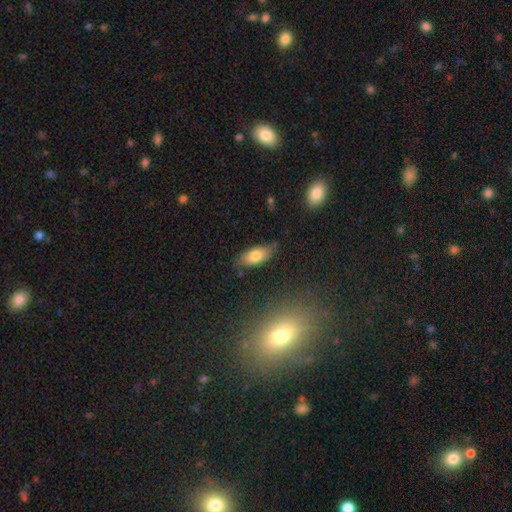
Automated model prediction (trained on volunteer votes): Smooth or featured? smooth (76%)
How rounded? in between (85%)
Merging? none (69%)